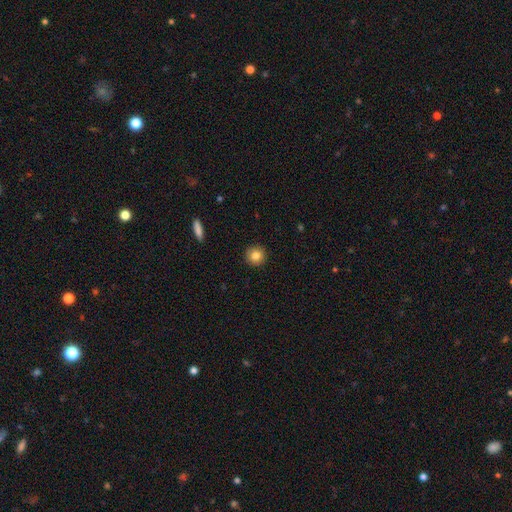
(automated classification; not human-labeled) Smooth or featured? smooth (83%)
How rounded? round (94%)
Merging? none (92%)